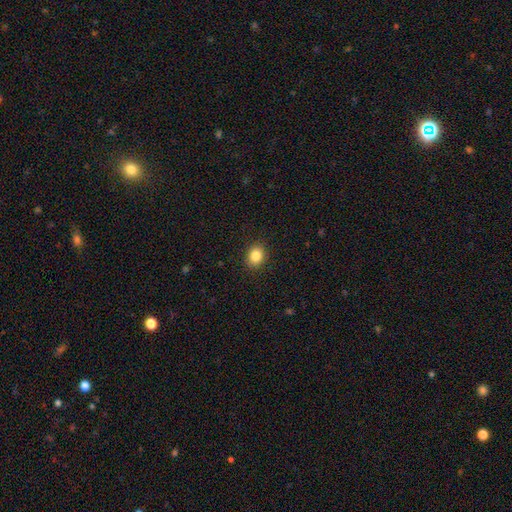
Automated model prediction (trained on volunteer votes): Overall: smooth (85%). How rounded: round (59%; in between 40%). Merging: none (89%).